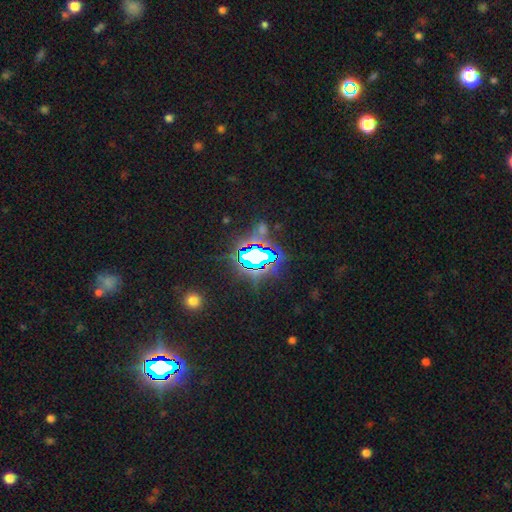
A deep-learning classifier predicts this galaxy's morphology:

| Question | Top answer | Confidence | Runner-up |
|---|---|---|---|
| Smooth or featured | star or artifact | 78% | smooth (12%) |